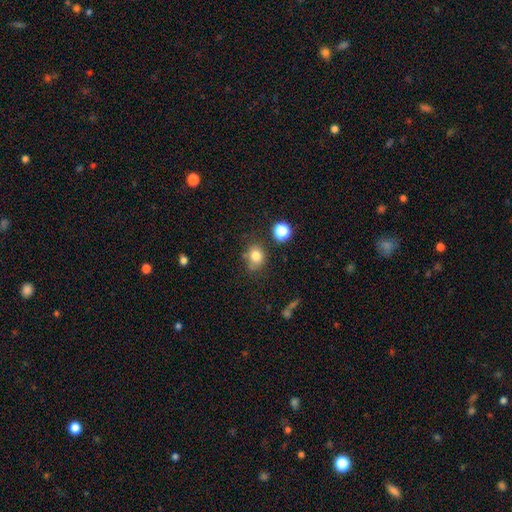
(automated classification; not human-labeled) A smooth galaxy with no disk features (79%) that is round (61%). Merging: none (68%).